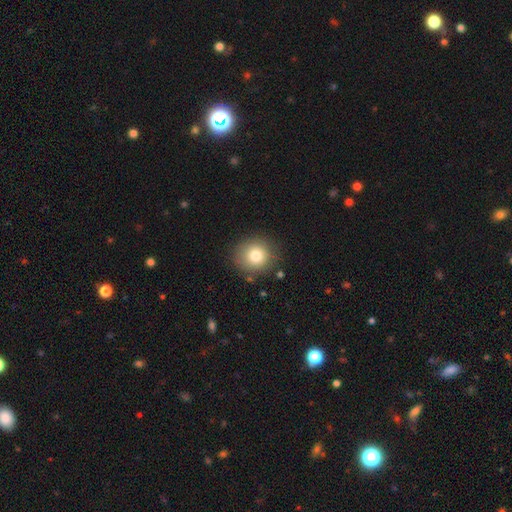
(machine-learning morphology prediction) type=smooth (79%); roundness=round (90%); merging=none (85%).